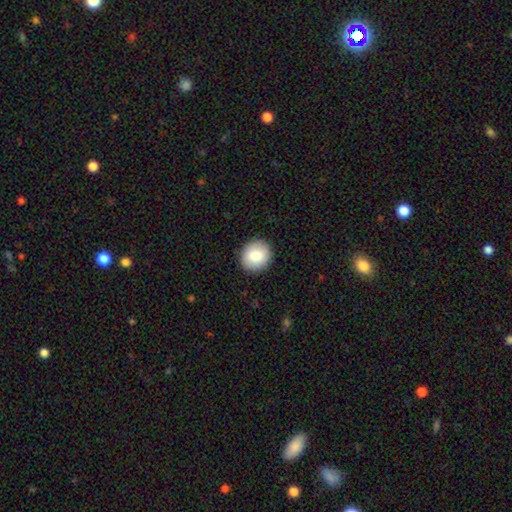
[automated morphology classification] type=smooth (86%); roundness=round (82%); merging=none (90%).